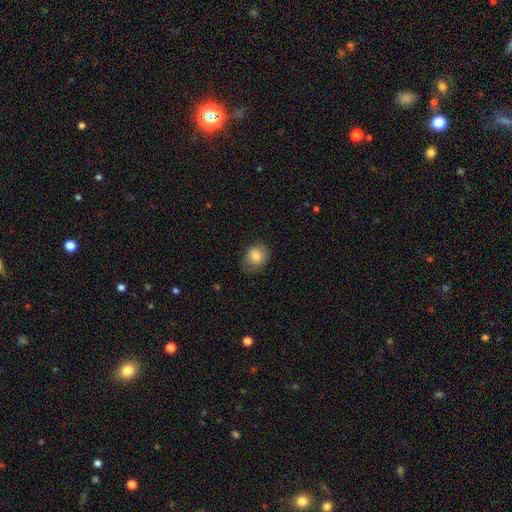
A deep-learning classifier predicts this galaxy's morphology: smooth-or-featured: smooth: 82% | featured or disk: 9% | star or artifact: 8%
  how-rounded: round: 66% | in between: 33% | cigar-shaped: 1%
  merging: none: 69% | minor disturbance: 22% | major disturbance: 7% | merger: 1%